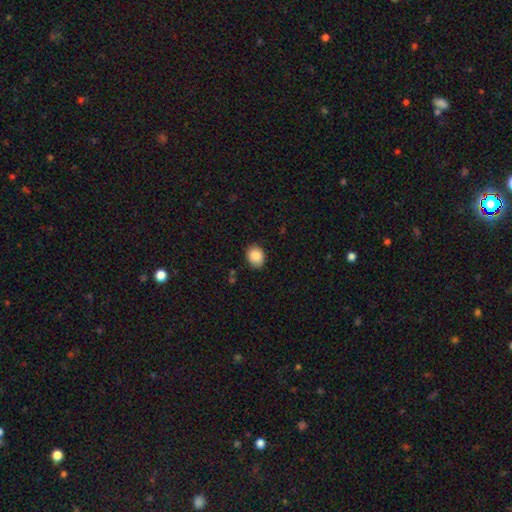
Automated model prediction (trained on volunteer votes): Smooth or featured?
  - smooth: 88% *
  - star or artifact: 8%
  - featured or disk: 3%
How rounded?
  - round: 57% *
  - in between: 43%
  - cigar-shaped: 1%
Merging?
  - none: 83% *
  - minor disturbance: 13%
  - major disturbance: 3%
  - merger: 1%